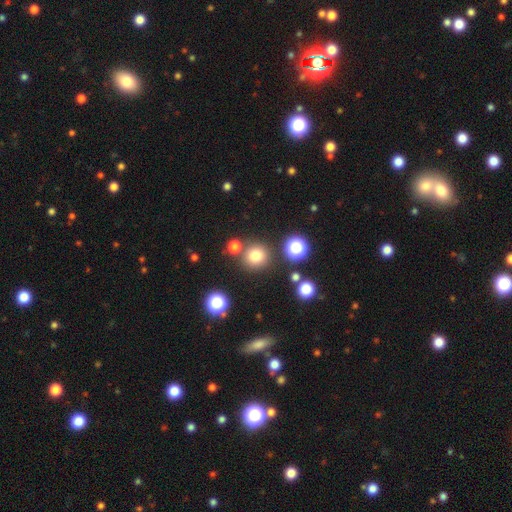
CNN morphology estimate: This is likely a smooth galaxy (76%). How rounded: clearly round (92%). Merging: likely none (80%).